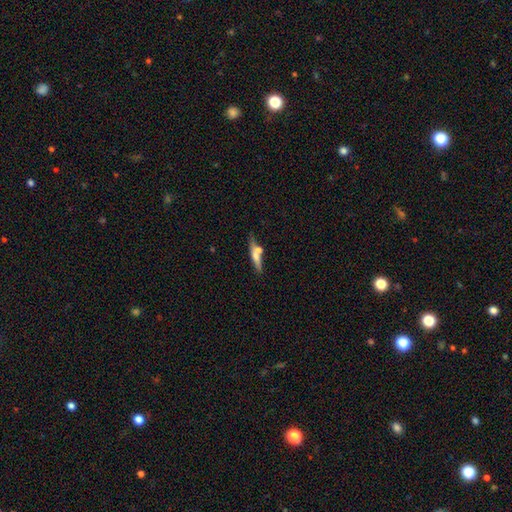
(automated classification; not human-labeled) Smooth or featured: smooth — 53% (featured or disk — 39%)
How rounded: cigar-shaped — 81% (in between — 16%)
Merging: none — 59% (merger — 21%)